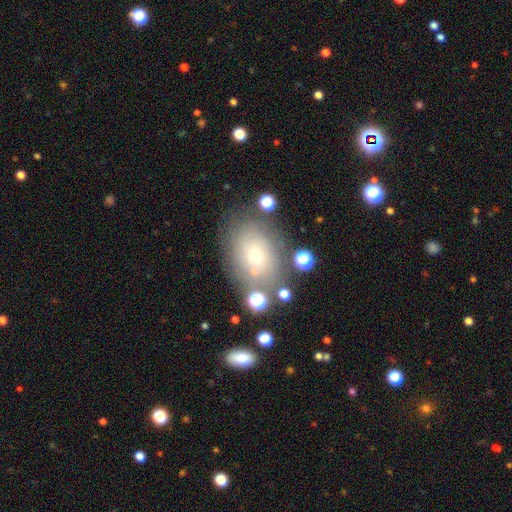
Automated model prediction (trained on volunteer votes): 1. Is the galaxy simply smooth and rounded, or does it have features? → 54% smooth, 31% featured or disk, 15% star or artifact.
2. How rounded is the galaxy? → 68% in between, 31% round, 1% cigar-shaped.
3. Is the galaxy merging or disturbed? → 70% none, 17% minor disturbance, 8% major disturbance, 5% merger.